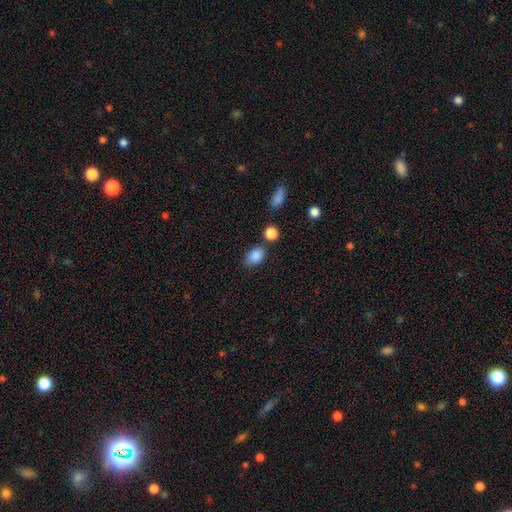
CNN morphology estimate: smooth_or_featured: smooth (p=0.87) [alt: star or artifact p=0.09]
how_rounded: in between (p=0.79) [alt: round p=0.20]
merging: none (p=0.69) [alt: minor disturbance p=0.17]